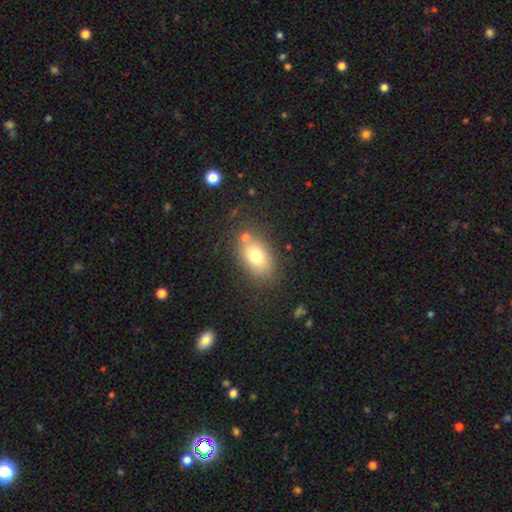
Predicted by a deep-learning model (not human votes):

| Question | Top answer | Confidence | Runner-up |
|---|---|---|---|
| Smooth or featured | smooth | 75% | featured or disk (14%) |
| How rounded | in between | 82% | round (16%) |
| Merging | none | 72% | minor disturbance (13%) |